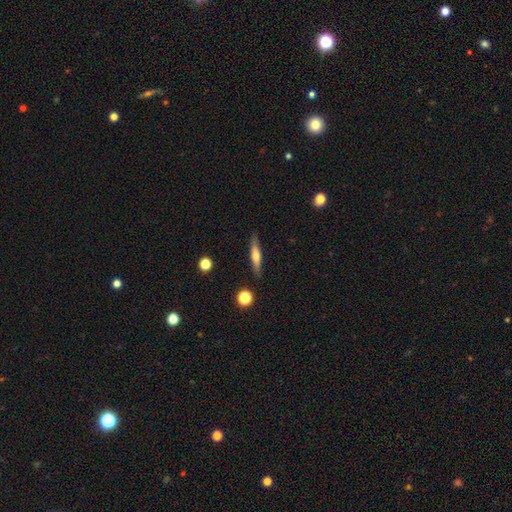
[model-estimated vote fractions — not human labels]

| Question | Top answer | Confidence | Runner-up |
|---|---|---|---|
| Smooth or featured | smooth | 47% | featured or disk (46%) |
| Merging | none | 87% | minor disturbance (9%) |